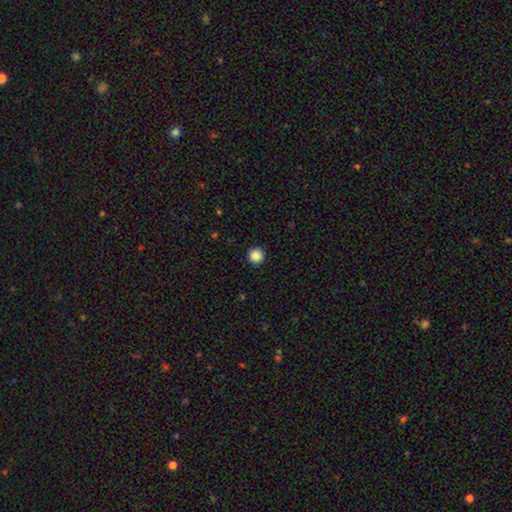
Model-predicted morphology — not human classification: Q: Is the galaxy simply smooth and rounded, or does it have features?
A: smooth — 88%.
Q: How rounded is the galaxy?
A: round — 96%.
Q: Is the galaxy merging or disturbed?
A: none — 93%.